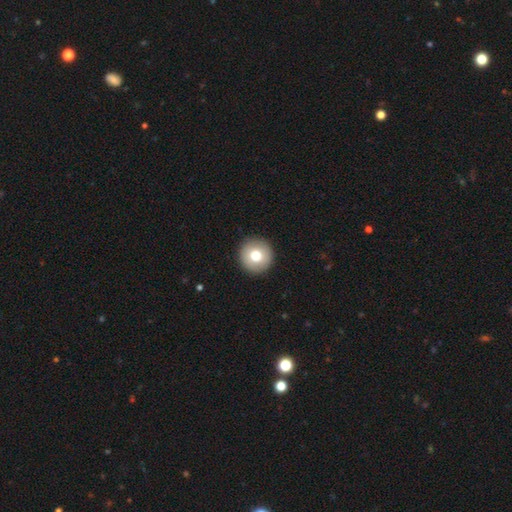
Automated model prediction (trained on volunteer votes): This is likely a smooth galaxy (75%). How rounded: clearly round (96%). Merging: clearly none (93%).